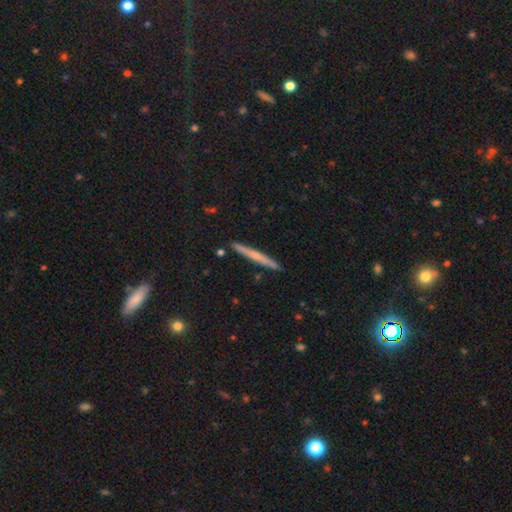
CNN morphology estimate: A featured or disk galaxy (47%). Merging: none (91%).